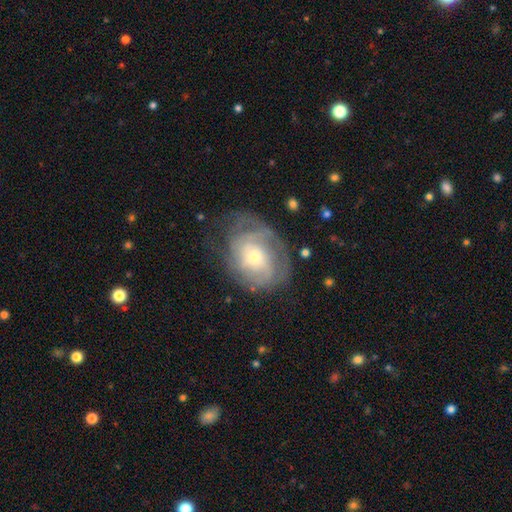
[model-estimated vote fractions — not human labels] Smooth or featured?
  - featured or disk: 72% *
  - smooth: 21%
  - star or artifact: 7%
Edge-on disk?
  - no: 96% *
  - yes: 4%
Bar?
  - no: 71% *
  - weak: 24%
  - strong: 5%
Spiral arms?
  - yes: 83% *
  - no: 17%
Spiral winding?
  - tight: 58% *
  - medium: 31%
  - loose: 12%
Spiral arm count?
  - can't tell: 48% *
  - 2: 23%
  - 3: 13%
  - 1: 6%
  - 4: 5%
  - more than 4: 4%
Bulge size?
  - moderate: 48% *
  - small: 42%
  - large: 7%
  - none: 2%
  - dominant: 1%
Merging?
  - none: 59% *
  - minor disturbance: 24%
  - major disturbance: 16%
  - merger: 2%